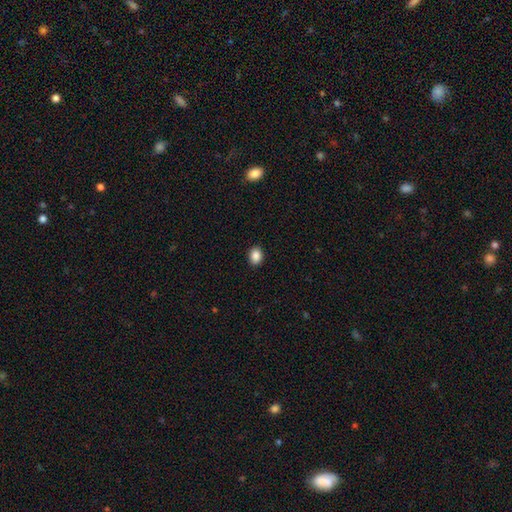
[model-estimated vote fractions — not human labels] This appears to be a smooth galaxy with no disk features (88%) that is in between round and cigar-shaped (62%). Merging: none (90%).